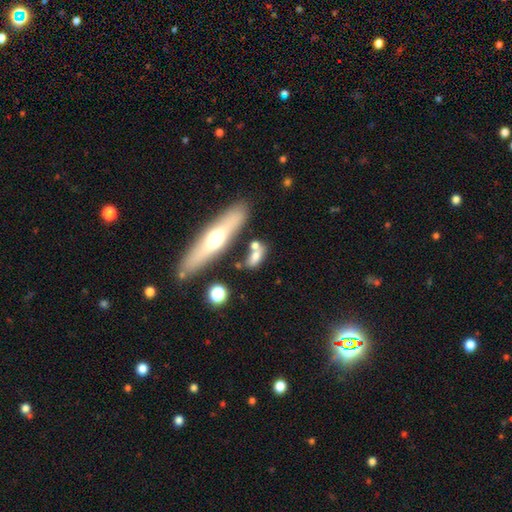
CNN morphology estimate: A smooth galaxy with no disk features (61%) that is in between round and cigar-shaped (60%).

Vote fractions:
- Smooth or featured? smooth: 61% / featured or disk: 28% / star or artifact: 11%
- How rounded? in between: 60% / cigar-shaped: 26% / round: 14%
- Merging? none: 55% / merger: 24% / minor disturbance: 14% / major disturbance: 6%